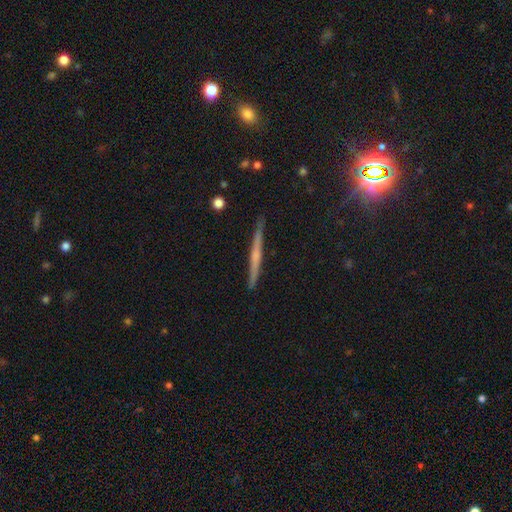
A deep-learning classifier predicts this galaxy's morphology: smooth_or_featured: featured or disk (p=0.65) [alt: smooth p=0.27]
disk_edge_on: yes (p=0.98) [alt: no p=0.02]
edge_on_bulge: none (p=0.48) [alt: rounded p=0.42]
merging: none (p=0.90) [alt: minor disturbance p=0.07]